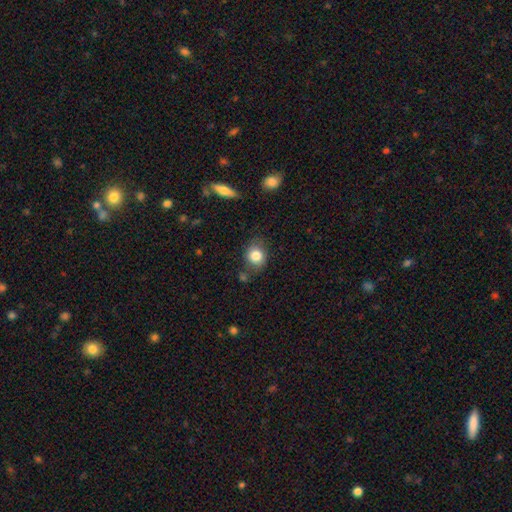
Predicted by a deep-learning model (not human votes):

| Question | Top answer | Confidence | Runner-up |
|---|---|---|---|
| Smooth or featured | smooth | 82% | featured or disk (9%) |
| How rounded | round | 64% | in between (35%) |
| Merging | none | 71% | minor disturbance (19%) |